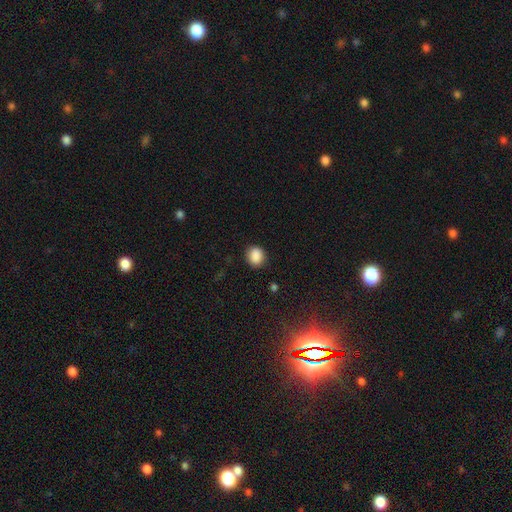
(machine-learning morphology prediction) Smooth or featured?
  - smooth: 88% *
  - star or artifact: 9%
  - featured or disk: 3%
How rounded?
  - round: 67% *
  - in between: 32%
  - cigar-shaped: 1%
Merging?
  - none: 87% *
  - minor disturbance: 9%
  - major disturbance: 3%
  - merger: 1%